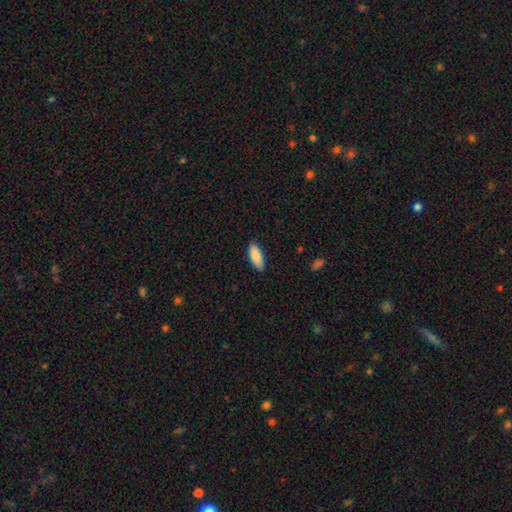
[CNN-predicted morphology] smooth 89%, star or artifact 6%, featured or disk 5%. Down the decision tree: how rounded — in between (82%); merging — none (87%).